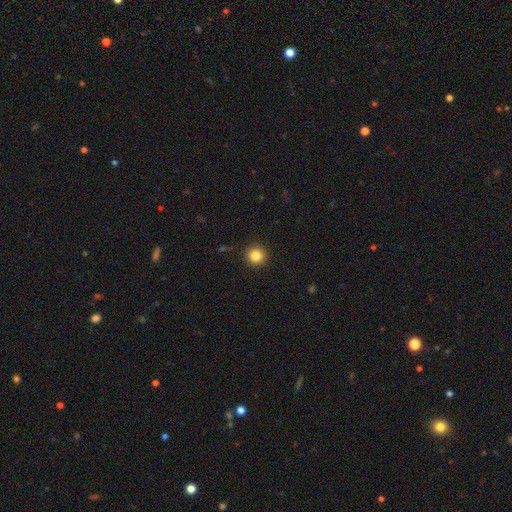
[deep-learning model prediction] Overall: smooth (84%). How rounded: round (95%). Merging: none (93%).